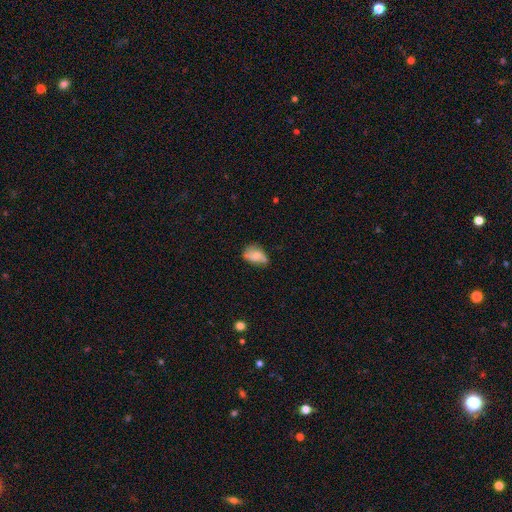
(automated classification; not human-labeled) Smooth or featured? smooth (59%)
How rounded? in between (86%)
Merging? none (51%)